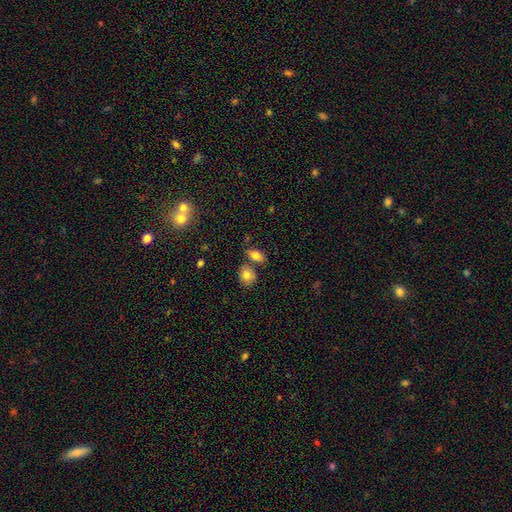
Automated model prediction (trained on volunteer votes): smooth 80%, featured or disk 11%, star or artifact 9%. Down the decision tree: how rounded — in between (84%); merging — none (62%).